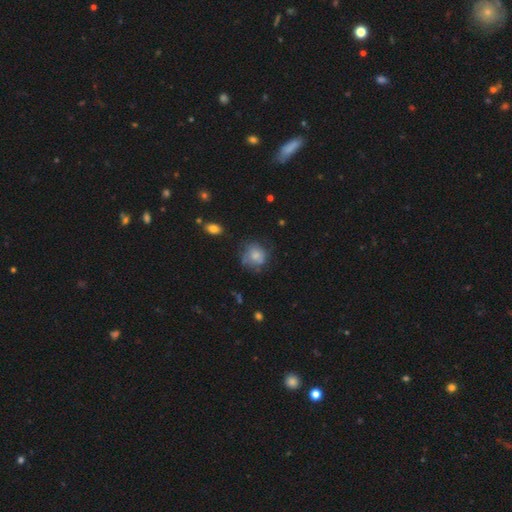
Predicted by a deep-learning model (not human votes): smooth 68%, featured or disk 22%, star or artifact 10%. Down the decision tree: how rounded — round (80%); merging — none (55%).